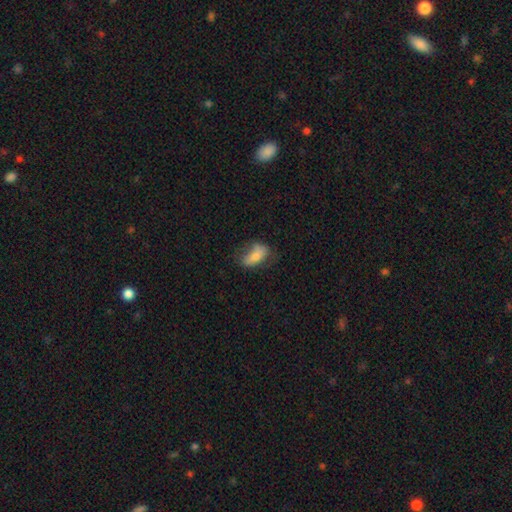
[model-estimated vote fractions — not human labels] smooth-or-featured: smooth: 69% | featured or disk: 23% | star or artifact: 8%
  how-rounded: in between: 86% | cigar-shaped: 8% | round: 6%
  merging: none: 49% | minor disturbance: 31% | major disturbance: 17% | merger: 3%